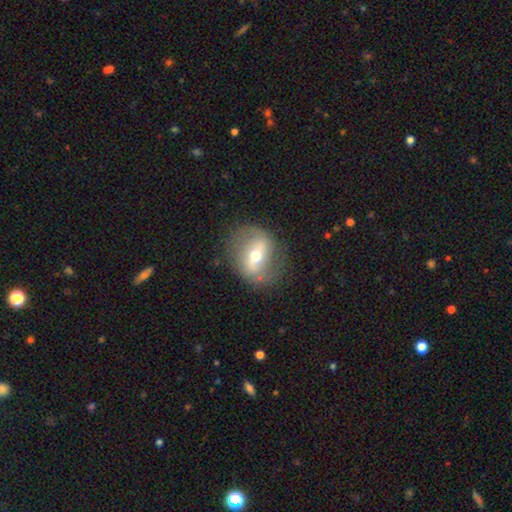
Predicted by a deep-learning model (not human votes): Smooth or featured? Predicted: featured or disk (p=0.61). Edge-on disk? Predicted: no (p=0.91). Bar? Predicted: strong (p=0.45). Spiral arms? Predicted: no (p=0.53). Bulge size? Predicted: moderate (p=0.64). Merging? Predicted: none (p=0.75).